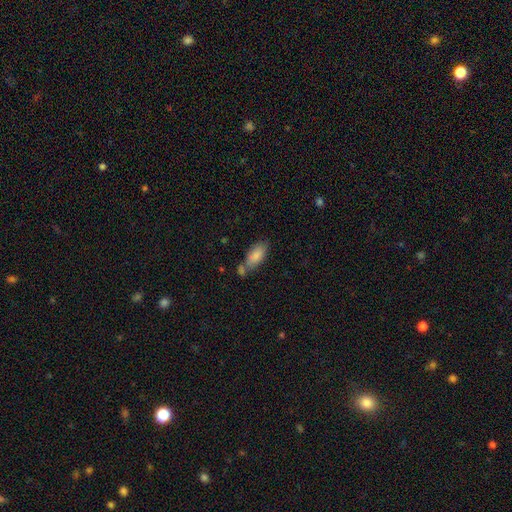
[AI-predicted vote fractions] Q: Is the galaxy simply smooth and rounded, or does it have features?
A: smooth — 83%.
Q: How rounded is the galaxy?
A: in between — 88%.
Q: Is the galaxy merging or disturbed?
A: none — 50%.